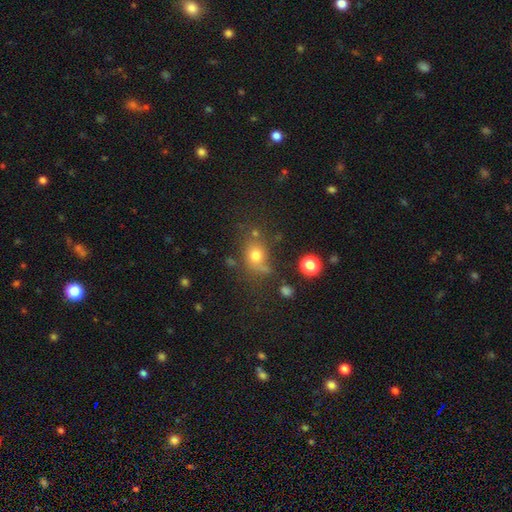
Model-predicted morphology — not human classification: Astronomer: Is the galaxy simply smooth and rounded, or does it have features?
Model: smooth — 72%.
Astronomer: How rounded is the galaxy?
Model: round — 55% (runner-up: in between, 43%).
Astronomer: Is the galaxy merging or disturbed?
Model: none — 60%.